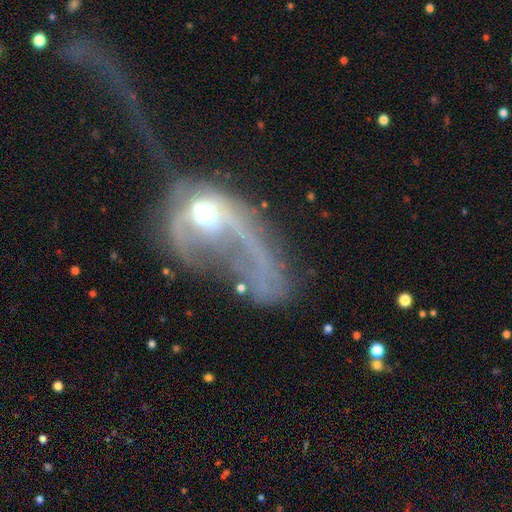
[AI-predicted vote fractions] A featured or disk galaxy (63%) with no bar (78%), no spiral arms (54%) and a moderate central bulge (60%).

Vote fractions:
- Smooth or featured? featured or disk: 63% / smooth: 24% / star or artifact: 13%
- Edge-on disk? no: 89% / yes: 11%
- Bar? no: 78% / weak: 15% / strong: 7%
- Spiral arms? no: 54% / yes: 46%
- Bulge size? moderate: 60% / large: 19% / small: 13% / dominant: 5% / none: 3%
- Merging? major disturbance: 65% / none: 13% / merger: 12% / minor disturbance: 10%